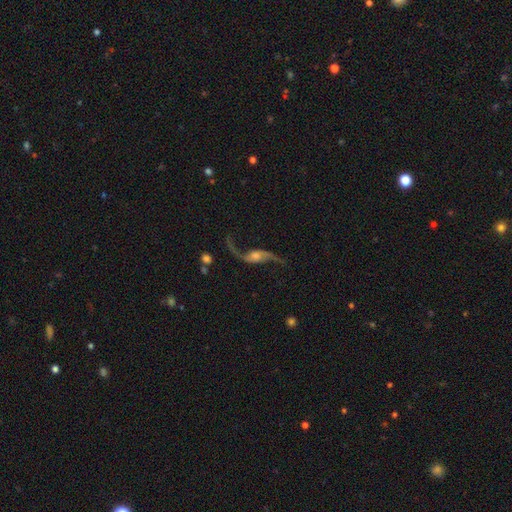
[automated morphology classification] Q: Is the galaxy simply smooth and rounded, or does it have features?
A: featured or disk — 89%.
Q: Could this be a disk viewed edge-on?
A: no — 91%.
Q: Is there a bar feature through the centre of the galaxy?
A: no — 57%.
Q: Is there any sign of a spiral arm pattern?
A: yes — 96%.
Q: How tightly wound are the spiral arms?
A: loose — 94%.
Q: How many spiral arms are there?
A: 2 — 94%.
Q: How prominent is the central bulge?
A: moderate — 43%.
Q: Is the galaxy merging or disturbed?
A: none — 72%.